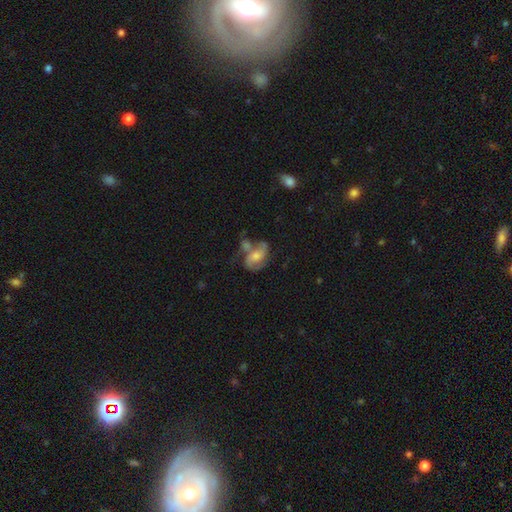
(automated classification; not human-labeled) Morphology: type=featured or disk (71%); edge-on=no (97%); bar=no (55%); spiral arms=yes (89%); winding=medium (49%); arm count=2 (79%); bulge=moderate (54%); merging=none (39%).